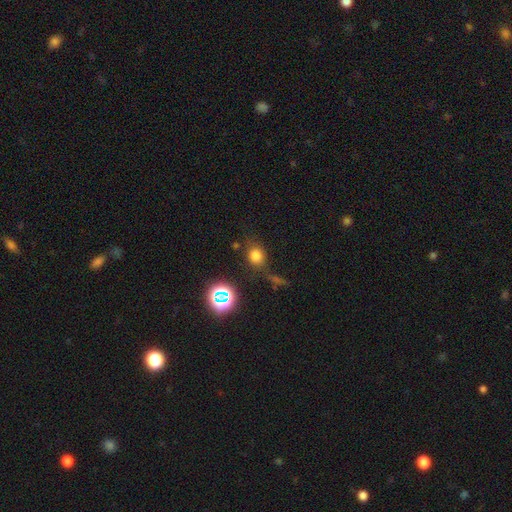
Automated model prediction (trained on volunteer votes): This is likely a smooth galaxy (72%). How rounded: likely round (61%). Merging: likely none (71%).